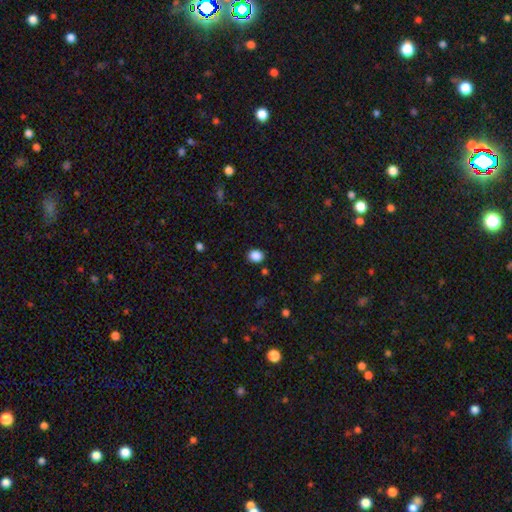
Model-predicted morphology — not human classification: smooth 87%, star or artifact 10%, featured or disk 3%. Down the decision tree: how rounded — round (56%); merging — none (87%).